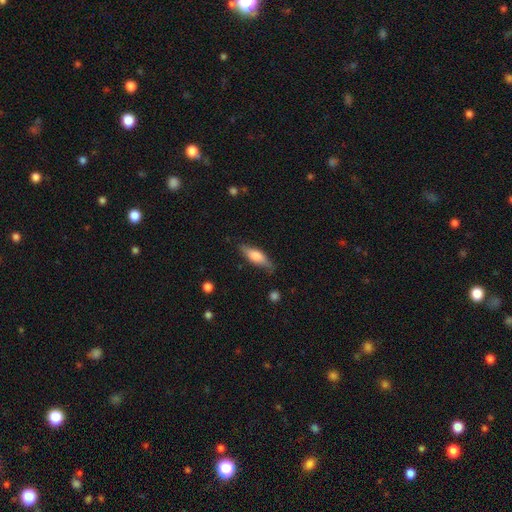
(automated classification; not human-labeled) This appears to be a smooth galaxy with no disk features (62%) that is in between round and cigar-shaped (52%). Merging: none (75%).